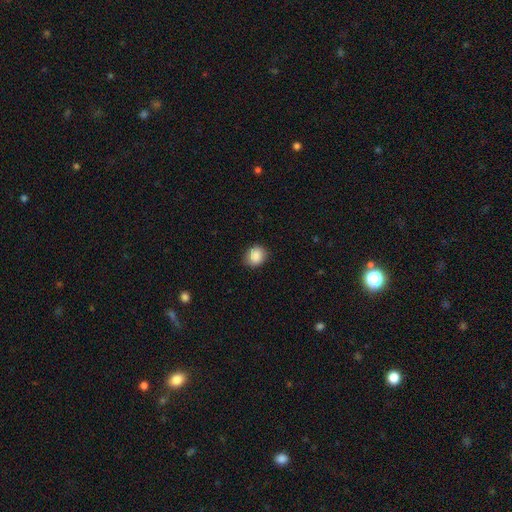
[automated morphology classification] This appears to be a smooth galaxy with no disk features (88%) that is round (69%). Merging: none (83%).